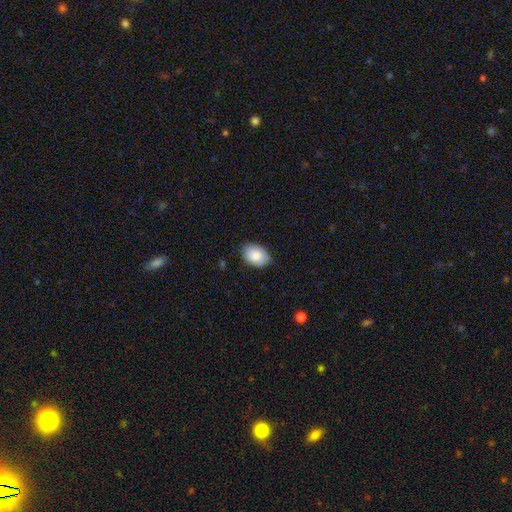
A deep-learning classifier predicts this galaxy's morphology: This appears to be a smooth galaxy with no disk features (85%) that is in between round and cigar-shaped (81%). Merging: none (77%).